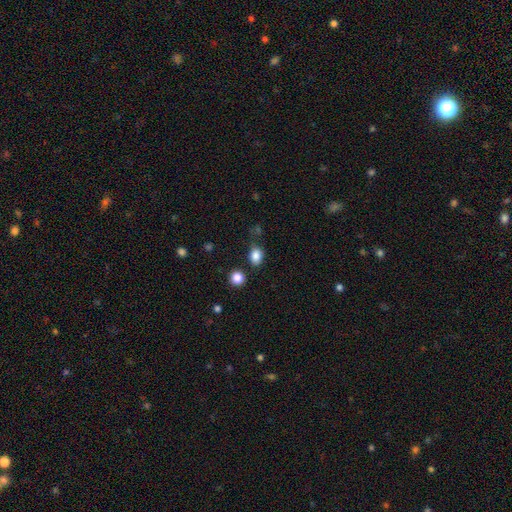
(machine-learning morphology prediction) type=smooth (85%); roundness=in between (62%); merging=none (73%).